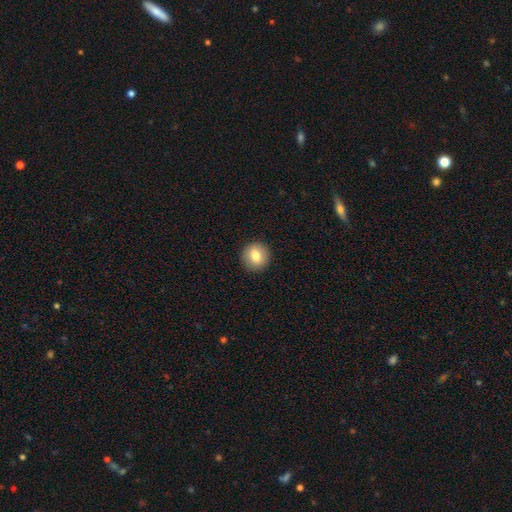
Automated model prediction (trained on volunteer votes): Smooth or featured: smooth — 80% (featured or disk — 11%)
How rounded: round — 92% (in between — 7%)
Merging: none — 92% (minor disturbance — 5%)